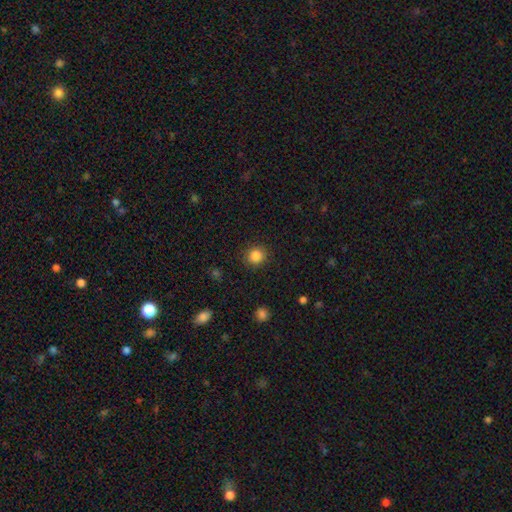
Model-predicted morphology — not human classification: Q: Smooth or featured?
A: smooth (85%); runner-up: star or artifact (11%)
Q: How rounded?
A: round (90%); runner-up: in between (9%)
Q: Merging?
A: none (90%); runner-up: minor disturbance (6%)